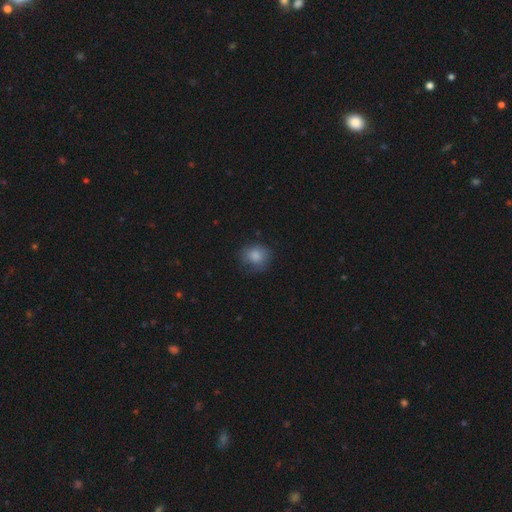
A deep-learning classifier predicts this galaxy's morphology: smooth_or_featured: smooth (p=0.83) [alt: star or artifact p=0.09]
how_rounded: round (p=0.77) [alt: in between p=0.22]
merging: none (p=0.68) [alt: minor disturbance p=0.23]